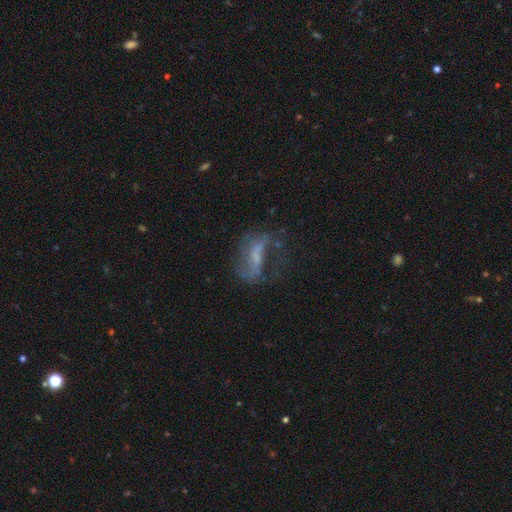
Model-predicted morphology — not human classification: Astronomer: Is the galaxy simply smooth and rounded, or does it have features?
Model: featured or disk — 67%.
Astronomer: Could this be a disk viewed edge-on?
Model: no — 93%.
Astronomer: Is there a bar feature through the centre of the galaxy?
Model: weak — 39% (runner-up: no, 31%).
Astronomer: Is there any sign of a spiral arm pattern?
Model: yes — 72%.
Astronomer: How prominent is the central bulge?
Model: none — 42% (runner-up: small, 36%).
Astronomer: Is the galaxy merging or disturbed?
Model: none — 46% (runner-up: major disturbance, 30%).